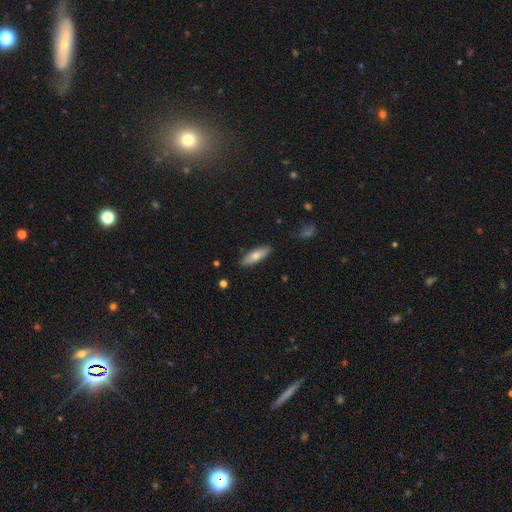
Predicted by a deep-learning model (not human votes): Smooth or featured? smooth (74%)
How rounded? in between (49%, tied with cigar-shaped)
Merging? none (88%)